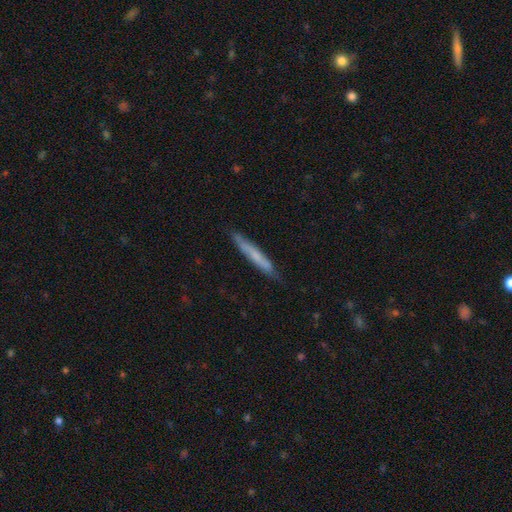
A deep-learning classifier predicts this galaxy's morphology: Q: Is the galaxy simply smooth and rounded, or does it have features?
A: smooth — 58%.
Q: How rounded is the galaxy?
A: cigar-shaped — 96%.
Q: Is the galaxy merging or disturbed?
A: none — 83%.